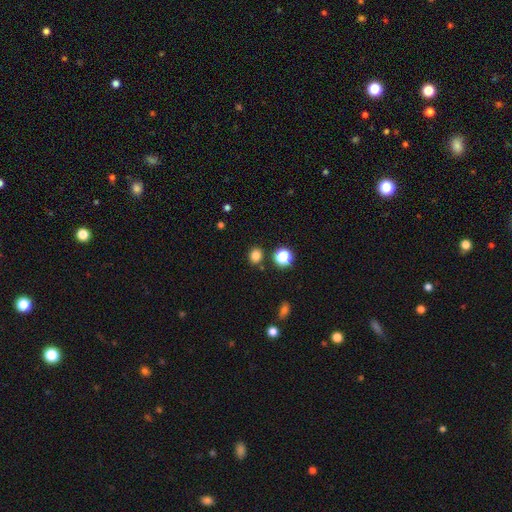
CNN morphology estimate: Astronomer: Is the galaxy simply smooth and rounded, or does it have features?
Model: smooth — 81%.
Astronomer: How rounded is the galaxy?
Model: round — 76%.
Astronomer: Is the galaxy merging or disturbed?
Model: none — 84%.